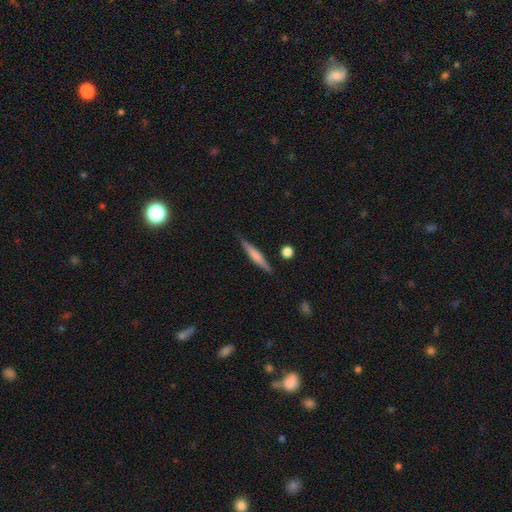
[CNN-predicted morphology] type=smooth (54%); roundness=cigar-shaped (92%); merging=none (84%).